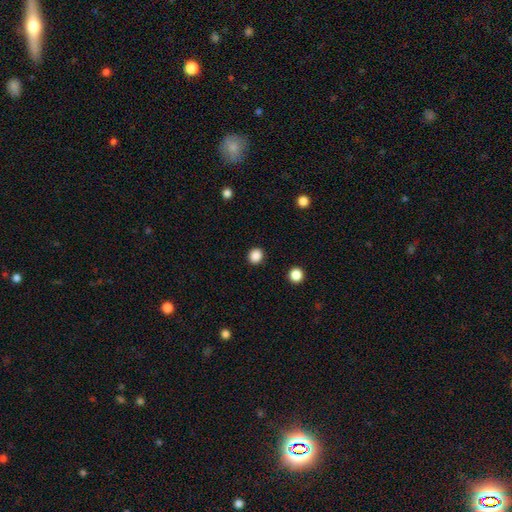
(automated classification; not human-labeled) Smooth or featured? Predicted: smooth (p=0.87). How rounded? Predicted: round (p=0.84). Merging? Predicted: none (p=0.91).